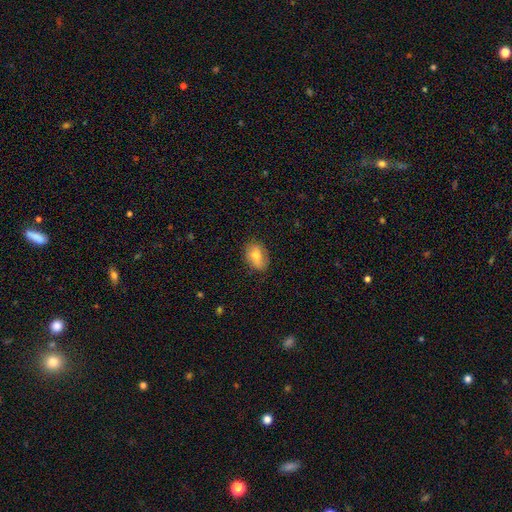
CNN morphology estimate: Overall: smooth (71%). How rounded: in between (75%). Merging: none (73%).